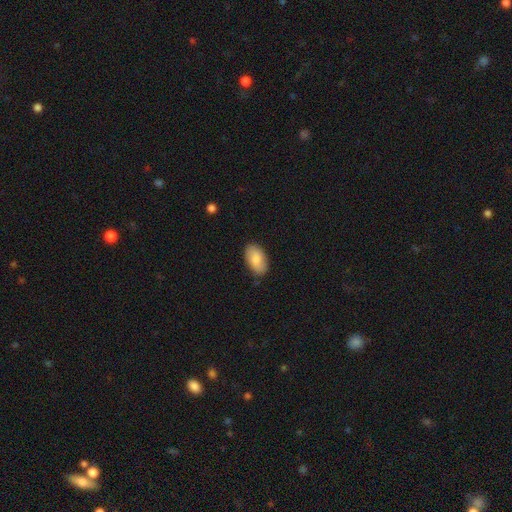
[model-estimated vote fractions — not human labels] smooth 83%, featured or disk 10%, star or artifact 7%. Down the decision tree: how rounded — in between (94%); merging — none (84%).